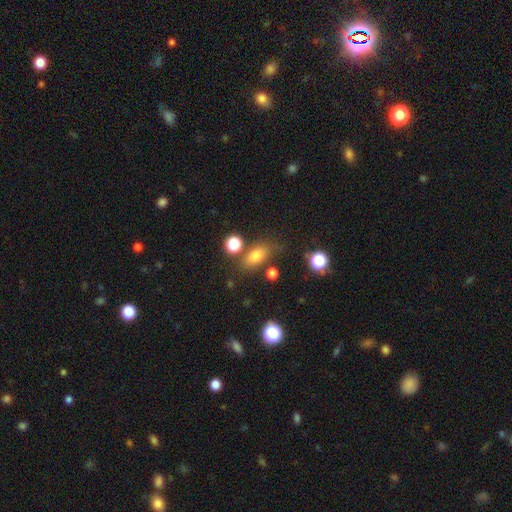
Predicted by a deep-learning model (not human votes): Q: Smooth or featured?
A: smooth (76%); runner-up: star or artifact (14%)
Q: How rounded?
A: in between (79%); runner-up: round (15%)
Q: Merging?
A: none (71%); runner-up: minor disturbance (14%)